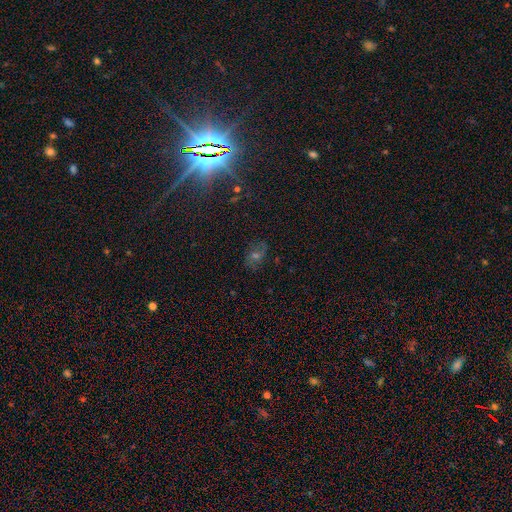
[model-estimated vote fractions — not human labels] Smooth or featured? Predicted: star or artifact (p=0.43).